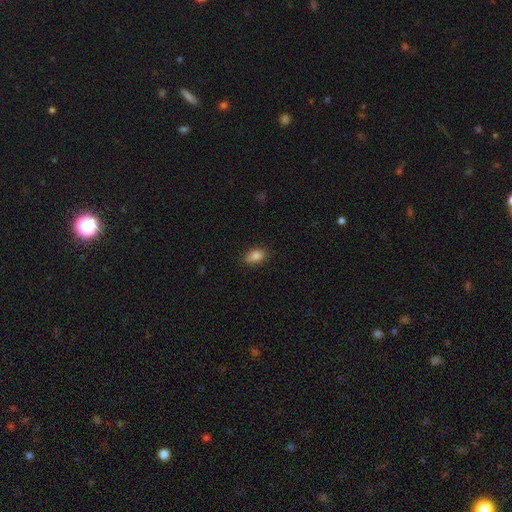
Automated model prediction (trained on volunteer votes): Smooth or featured?
  - smooth: 85% *
  - star or artifact: 9%
  - featured or disk: 6%
How rounded?
  - in between: 85% *
  - round: 12%
  - cigar-shaped: 3%
Merging?
  - none: 79% *
  - minor disturbance: 17%
  - major disturbance: 3%
  - merger: 1%